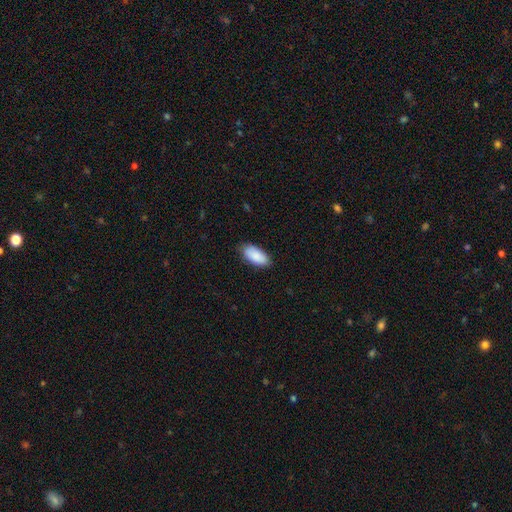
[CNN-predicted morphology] Smooth or featured? smooth (89%)
How rounded? in between (92%)
Merging? none (84%)